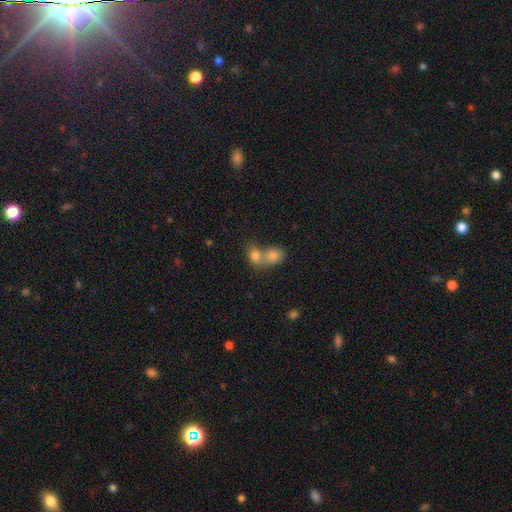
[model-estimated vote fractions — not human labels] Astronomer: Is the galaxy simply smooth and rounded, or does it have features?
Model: smooth — 56%.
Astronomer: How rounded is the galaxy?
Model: round — 55% (runner-up: in between, 41%).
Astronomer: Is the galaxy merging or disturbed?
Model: merger — 51% (runner-up: none, 37%).